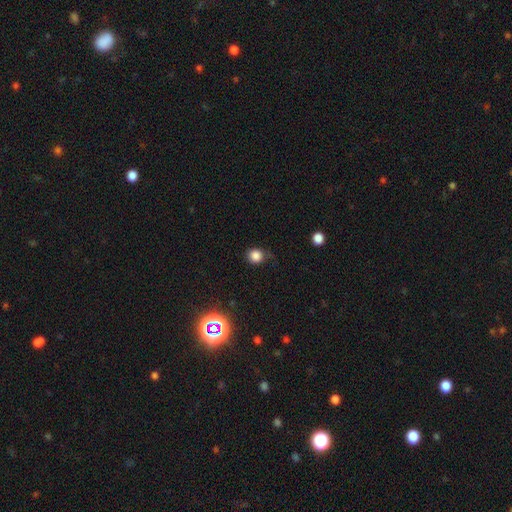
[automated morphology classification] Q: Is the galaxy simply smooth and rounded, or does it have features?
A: smooth — 82%.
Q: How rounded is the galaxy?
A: round — 88%.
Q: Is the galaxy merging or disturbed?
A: none — 73%.